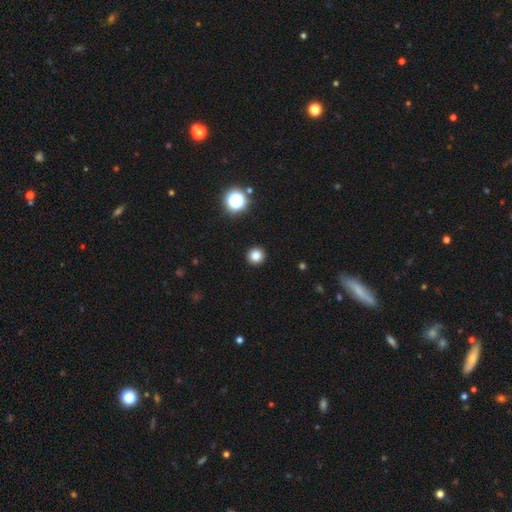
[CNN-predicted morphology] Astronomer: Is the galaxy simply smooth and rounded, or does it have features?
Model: smooth — 82%.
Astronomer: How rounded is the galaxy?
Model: round — 94%.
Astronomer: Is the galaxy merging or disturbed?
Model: none — 93%.